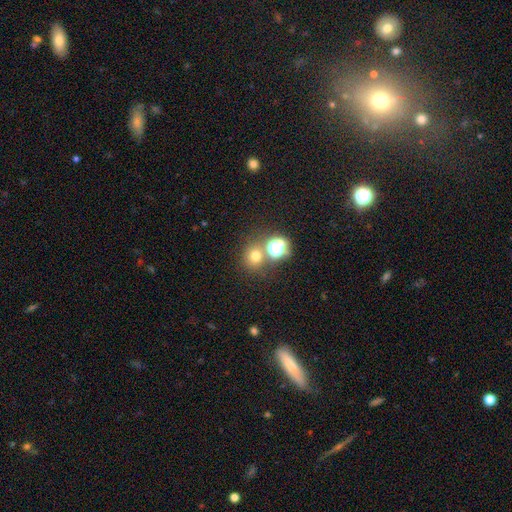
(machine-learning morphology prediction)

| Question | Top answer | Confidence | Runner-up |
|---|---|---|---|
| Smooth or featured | smooth | 66% | star or artifact (26%) |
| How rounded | round | 85% | in between (14%) |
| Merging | none | 68% | merger (21%) |